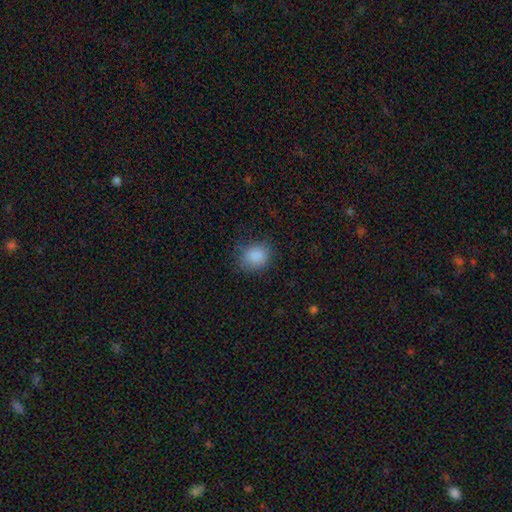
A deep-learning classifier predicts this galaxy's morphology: Smooth or featured?
  - smooth: 87% *
  - star or artifact: 9%
  - featured or disk: 4%
How rounded?
  - round: 69% *
  - in between: 30%
  - cigar-shaped: 1%
Merging?
  - none: 79% *
  - minor disturbance: 15%
  - major disturbance: 5%
  - merger: 1%